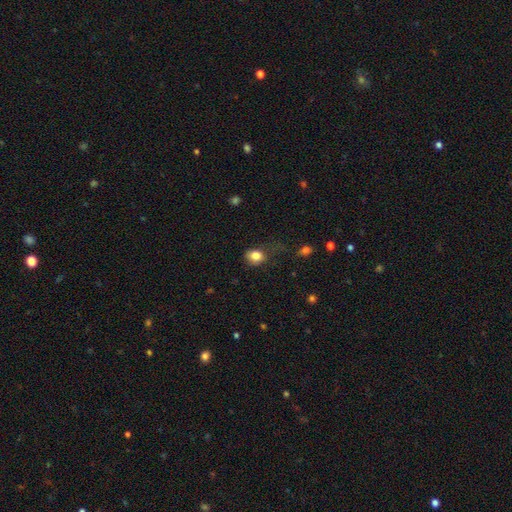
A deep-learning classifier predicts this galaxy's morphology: Smooth or featured? Predicted: smooth (p=0.83). How rounded? Predicted: round (p=0.55). Merging? Predicted: none (p=0.54).